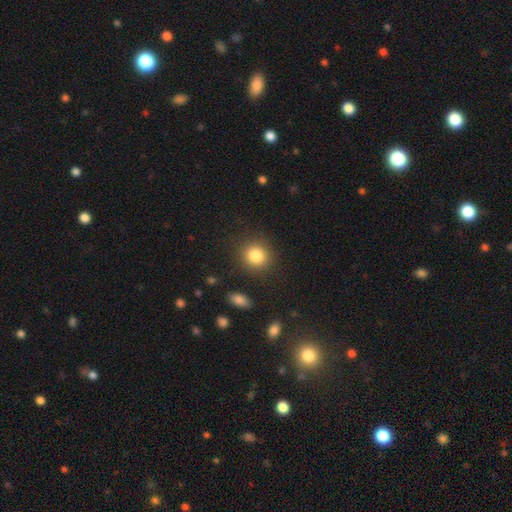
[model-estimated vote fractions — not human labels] Smooth or featured? Predicted: smooth (p=0.83). How rounded? Predicted: round (p=0.85). Merging? Predicted: none (p=0.87).